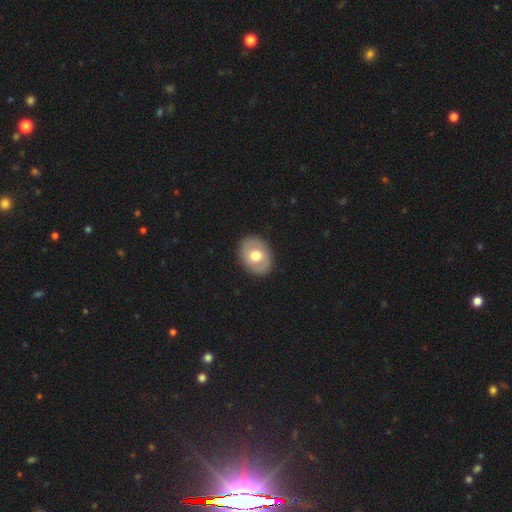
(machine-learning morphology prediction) The model was most divided on "how rounded": in between: 56%, round: 43%, cigar-shaped: 1%. More confident: merging — none (88%); smooth or featured — smooth (56%).